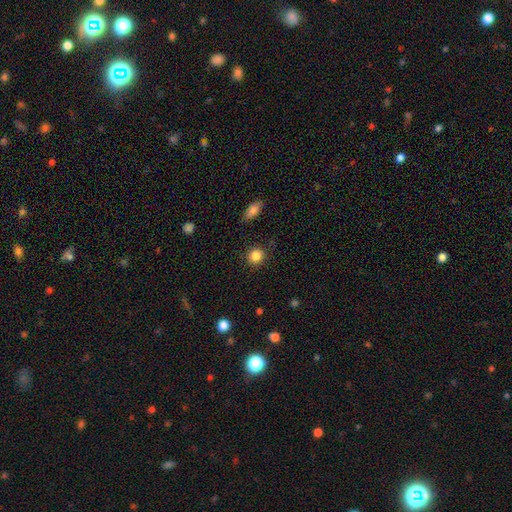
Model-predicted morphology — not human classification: smooth 86%, star or artifact 10%, featured or disk 4%. Down the decision tree: how rounded — round (86%); merging — none (89%).